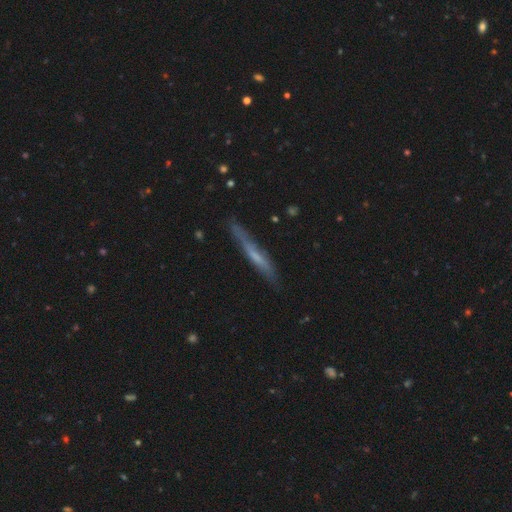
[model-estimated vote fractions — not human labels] A featured or disk galaxy (49%).

Vote fractions:
- Smooth or featured? featured or disk: 49% / smooth: 44% / star or artifact: 7%
- Merging? none: 76% / minor disturbance: 18% / major disturbance: 4% / merger: 2%